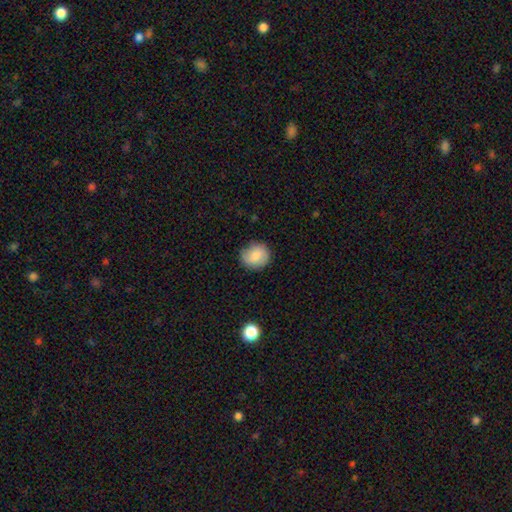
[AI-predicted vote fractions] Smooth or featured? Predicted: smooth (p=0.81). How rounded? Predicted: round (p=0.79). Merging? Predicted: none (p=0.83).